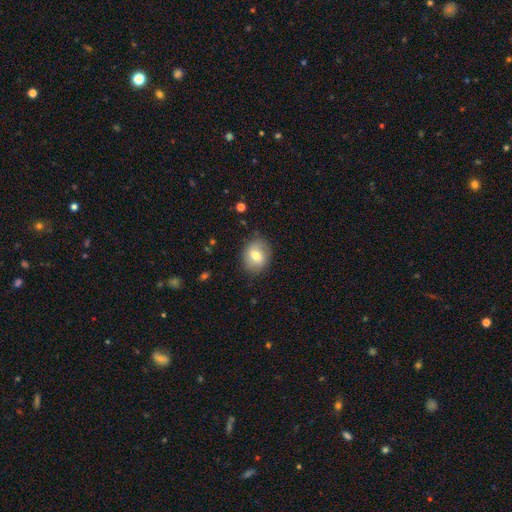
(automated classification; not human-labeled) A smooth galaxy with no disk features (67%) that is round (55%). Merging: none (81%).